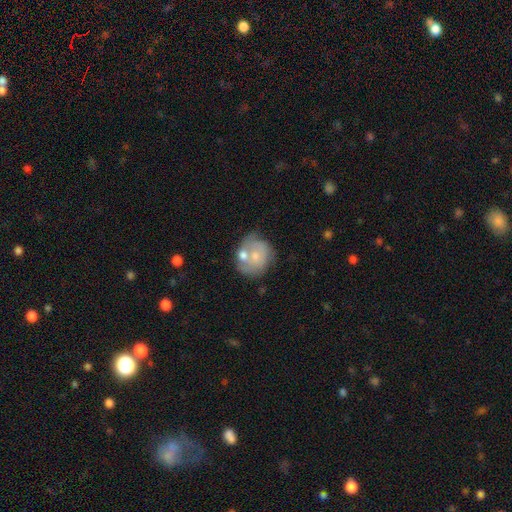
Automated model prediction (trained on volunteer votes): smooth-or-featured: featured or disk: 47% (tied) | smooth: 47% (tied) | star or artifact: 7%
  merging: none: 38% | merger: 34% | minor disturbance: 20% | major disturbance: 9%